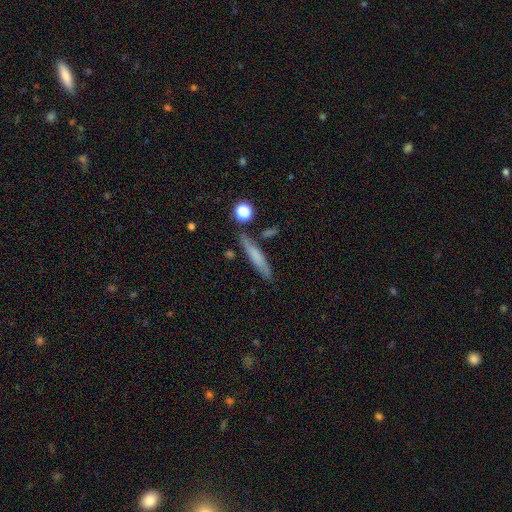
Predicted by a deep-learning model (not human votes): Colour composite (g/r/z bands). It shows a smooth galaxy with no disk features (64%) that is cigar-shaped (89%). Merging: none (79%).